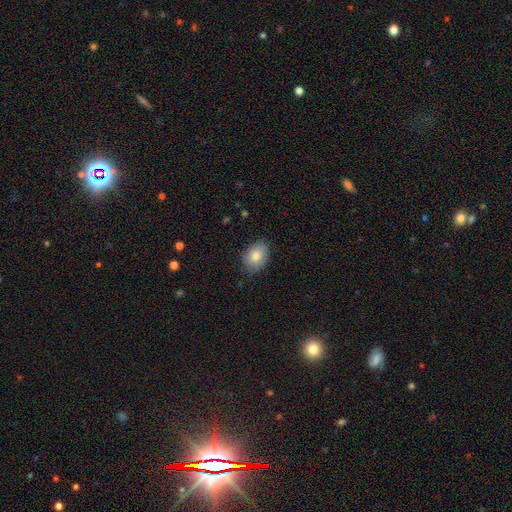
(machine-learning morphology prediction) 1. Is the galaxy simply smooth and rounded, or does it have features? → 80% smooth, 12% featured or disk, 7% star or artifact.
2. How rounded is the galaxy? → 78% in between, 21% round, 1% cigar-shaped.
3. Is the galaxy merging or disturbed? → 79% none, 17% minor disturbance, 3% major disturbance, 1% merger.